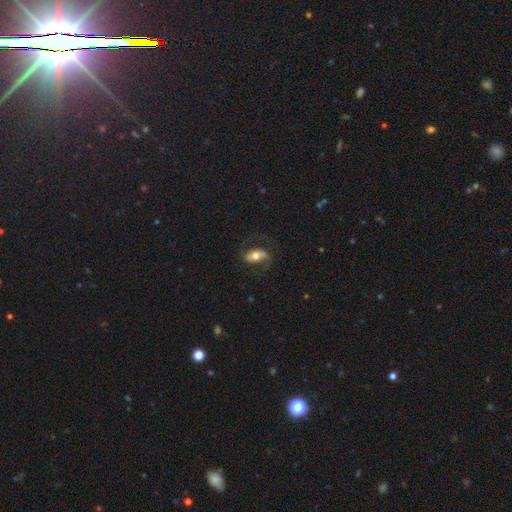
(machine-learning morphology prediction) Smooth or featured?
  - featured or disk: 60% *
  - smooth: 33%
  - star or artifact: 7%
Edge-on disk?
  - no: 92% *
  - yes: 8%
Bar?
  - no: 36% * (tied)
  - strong: 36% * (tied)
  - weak: 29%
Spiral arms?
  - yes: 85% *
  - no: 15%
Bulge size?
  - moderate: 63% *
  - large: 21%
  - small: 12%
  - dominant: 3%
  - none: 1%
Merging?
  - none: 69% *
  - minor disturbance: 16%
  - major disturbance: 14%
  - merger: 1%